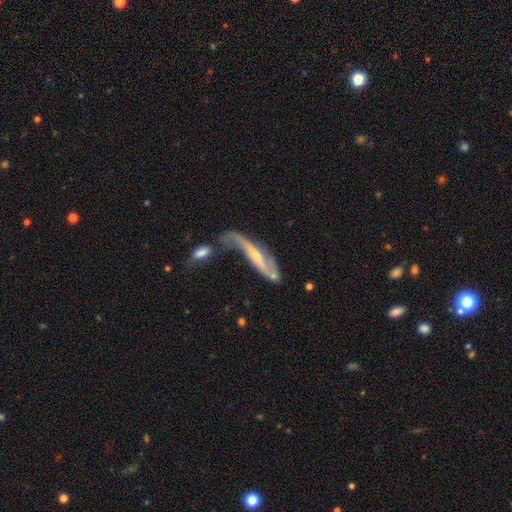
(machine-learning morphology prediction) Smooth or featured?
  - featured or disk: 70% *
  - smooth: 23%
  - star or artifact: 7%
Edge-on disk?
  - no: 59% *
  - yes: 41%
Merging?
  - merger: 34% *
  - none: 26%
  - major disturbance: 21%
  - minor disturbance: 18%